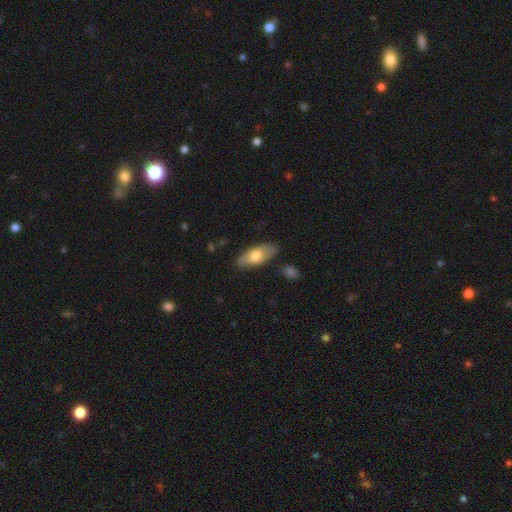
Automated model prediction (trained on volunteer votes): smooth_or_featured: smooth (p=0.68) [alt: featured or disk p=0.27]
how_rounded: in between (p=0.84) [alt: cigar-shaped p=0.13]
merging: none (p=0.83) [alt: minor disturbance p=0.13]